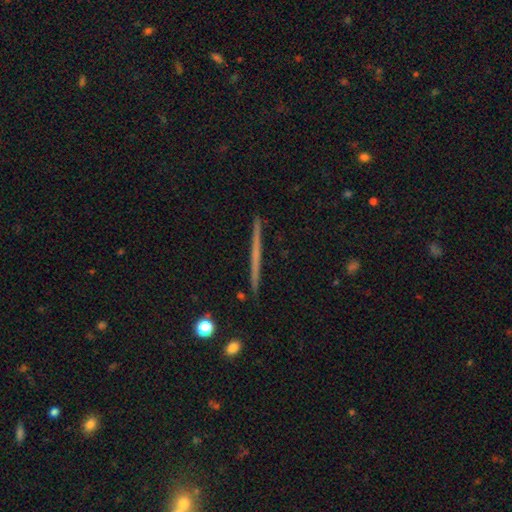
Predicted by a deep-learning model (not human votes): Smooth or featured? featured or disk (56%)
Edge-on disk? yes (98%)
Edge-on bulge? none (92%)
Merging? none (93%)